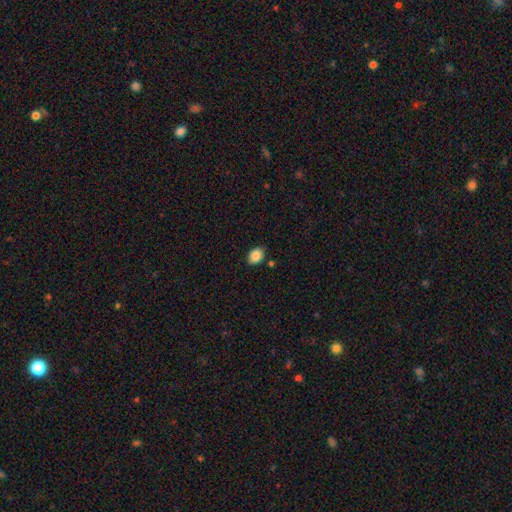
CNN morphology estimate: A smooth galaxy with no disk features (87%) that is in between round and cigar-shaped (71%).

Vote fractions:
- Smooth or featured? smooth: 87% / star or artifact: 8% / featured or disk: 4%
- How rounded? in between: 71% / round: 29% / cigar-shaped: 1%
- Merging? none: 84% / minor disturbance: 11% / merger: 3% / major disturbance: 2%